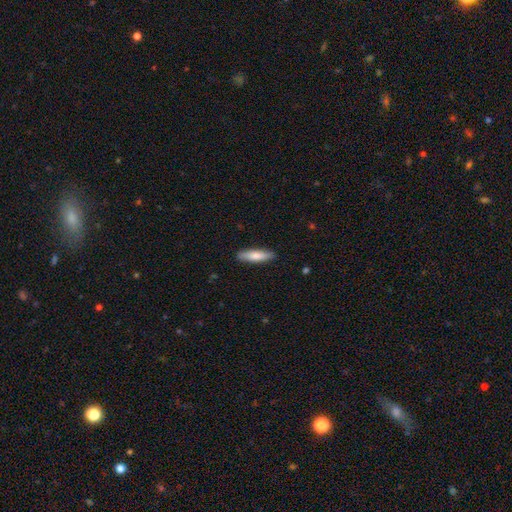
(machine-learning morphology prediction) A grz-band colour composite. It shows a smooth galaxy with no disk features (77%) that is cigar-shaped (65%). Merging: none (89%).